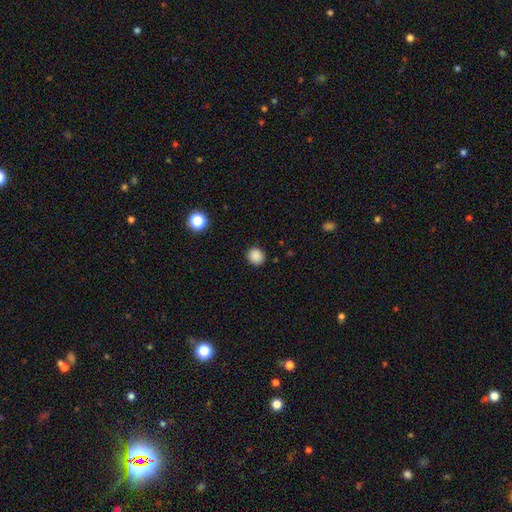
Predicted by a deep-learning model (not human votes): This appears to be a smooth galaxy with no disk features (87%) that is round (84%). Merging: none (90%).